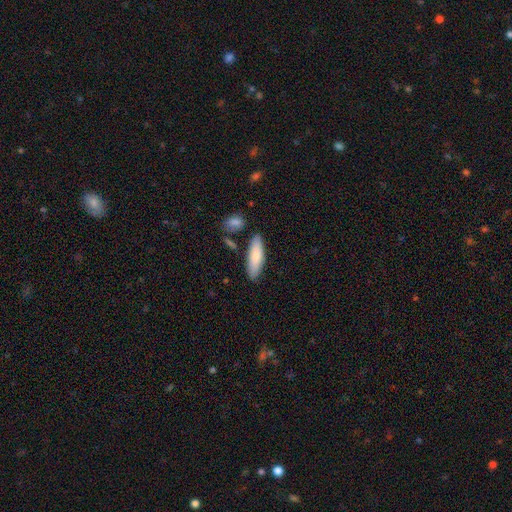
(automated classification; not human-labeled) This is likely a smooth galaxy (79%). How rounded: possibly in between (49%, tied with cigar-shaped). Merging: clearly none (82%).